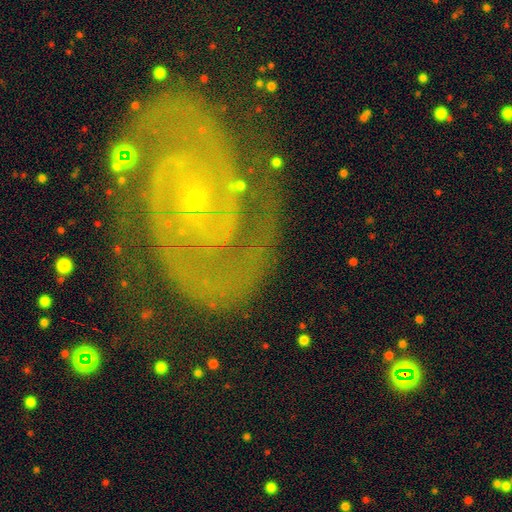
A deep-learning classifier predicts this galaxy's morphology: Smooth or featured? Predicted: featured or disk (p=0.91). Edge-on disk? Predicted: no (p=0.98). Bar? Predicted: no (p=0.69). Spiral arms? Predicted: yes (p=0.98). Spiral winding? Predicted: tight (p=0.68). Spiral arm count? Predicted: 2 (p=0.80). Bulge size? Predicted: small (p=0.89). Merging? Predicted: none (p=0.75).